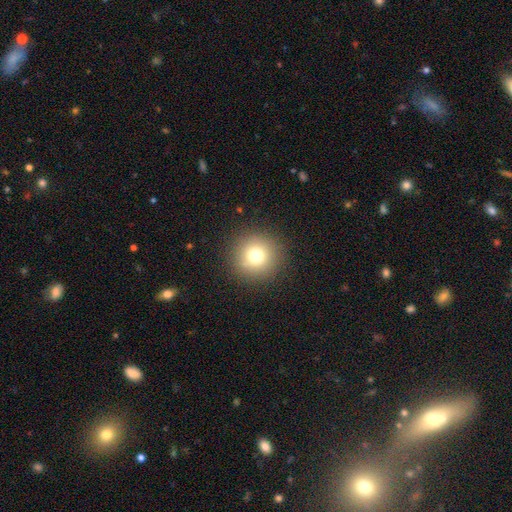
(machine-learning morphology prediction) Smooth or featured? Predicted: smooth (p=0.75). How rounded? Predicted: round (p=0.95). Merging? Predicted: none (p=0.90).